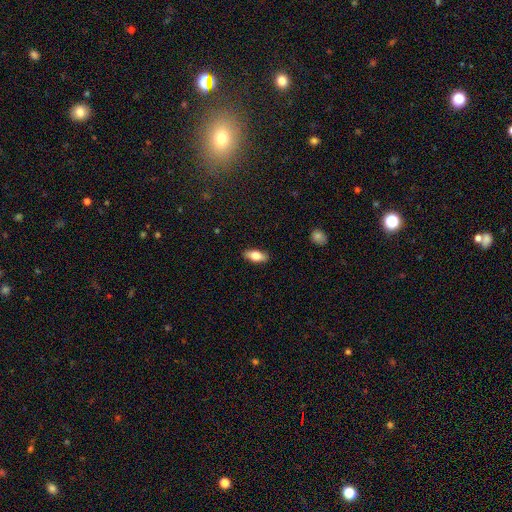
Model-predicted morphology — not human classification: type=smooth (76%); roundness=in between (81%); merging=none (89%).